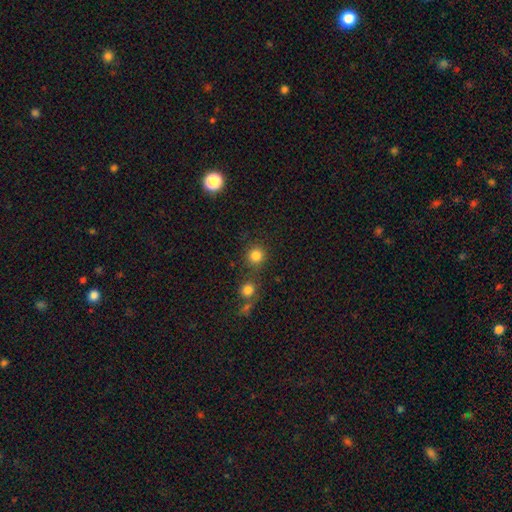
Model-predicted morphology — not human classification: Smooth or featured? smooth (83%)
How rounded? round (92%)
Merging? none (77%)